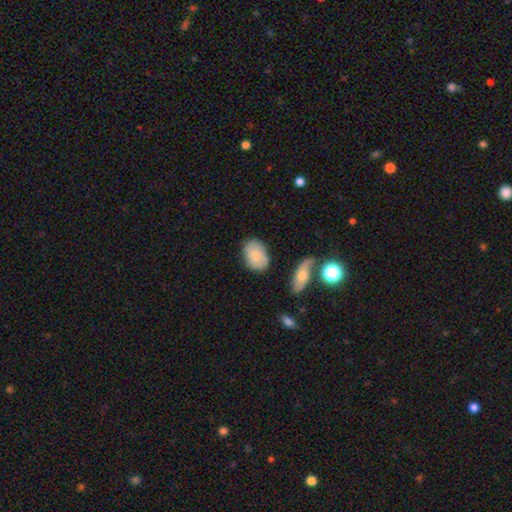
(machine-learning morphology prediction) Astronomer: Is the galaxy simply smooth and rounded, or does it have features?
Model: smooth — 79%.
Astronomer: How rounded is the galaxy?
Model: in between — 85%.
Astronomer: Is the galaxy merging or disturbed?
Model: none — 74%.